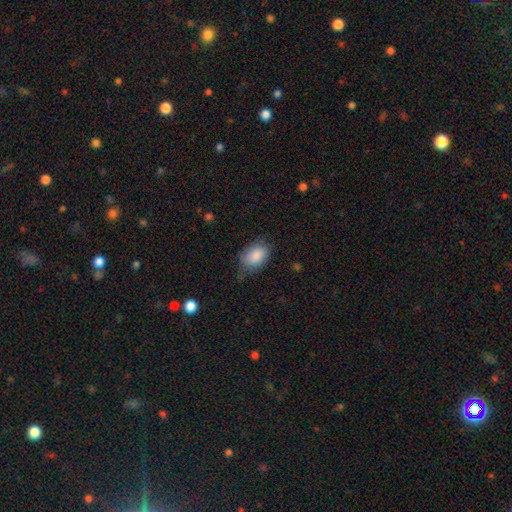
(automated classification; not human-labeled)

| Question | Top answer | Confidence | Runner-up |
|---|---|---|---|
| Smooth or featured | smooth | 85% | featured or disk (8%) |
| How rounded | in between | 87% | round (12%) |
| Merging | none | 55% | minor disturbance (33%) |